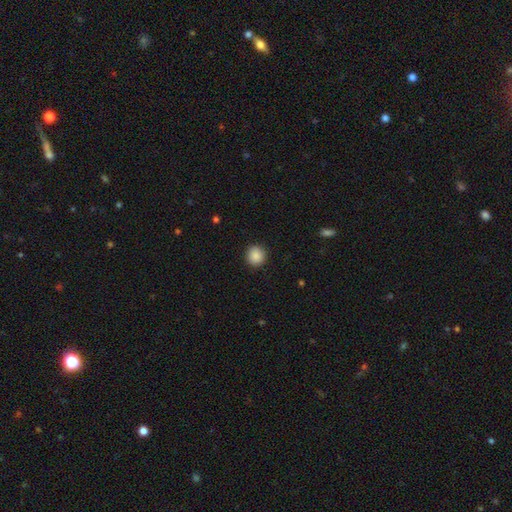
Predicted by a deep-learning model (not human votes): A smooth galaxy with no disk features (88%) that is round (91%).

Vote fractions:
- Smooth or featured? smooth: 88% / star or artifact: 9% / featured or disk: 3%
- How rounded? round: 91% / in between: 9% / cigar-shaped: 1%
- Merging? none: 91% / minor disturbance: 6% / major disturbance: 2% / merger: 1%